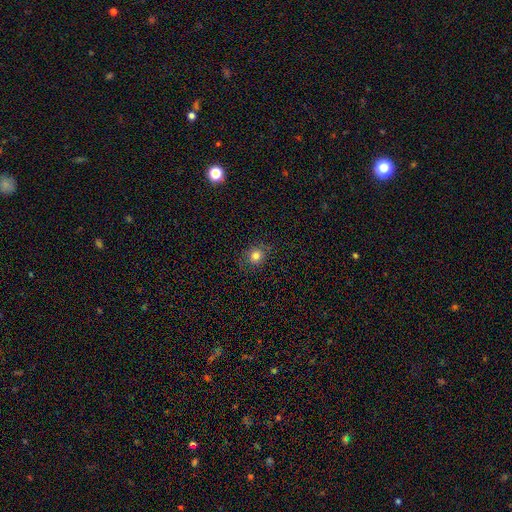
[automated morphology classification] Overall: smooth (80%). How rounded: round (83%). Merging: none (84%).